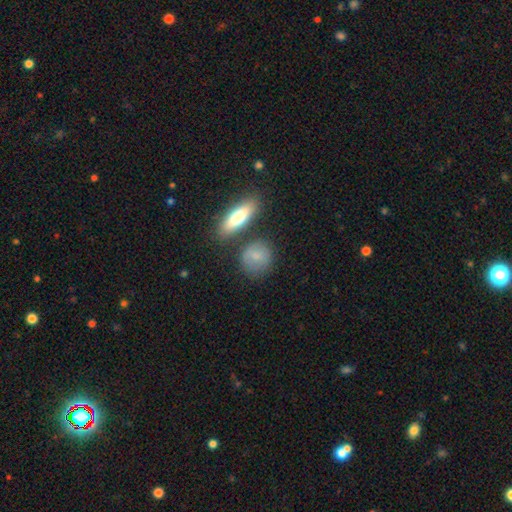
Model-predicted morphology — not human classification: The model was most divided on "how rounded": round: 66%, in between: 30%, cigar-shaped: 4%. More confident: smooth or featured — smooth (78%); merging — none (69%).